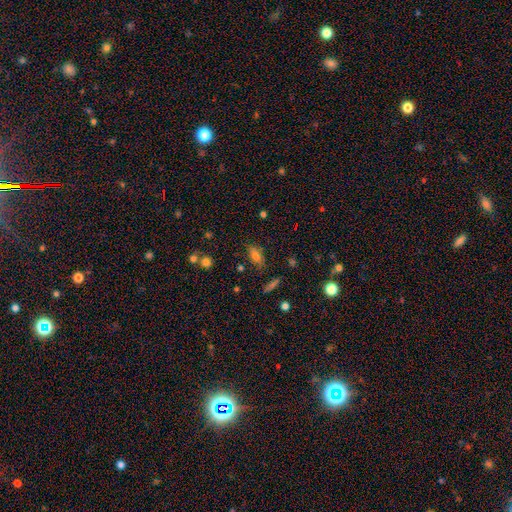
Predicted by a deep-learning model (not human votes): Smooth or featured?
  - smooth: 71% *
  - star or artifact: 15%
  - featured or disk: 14%
How rounded?
  - in between: 82% *
  - cigar-shaped: 12%
  - round: 6%
Merging?
  - none: 73% *
  - minor disturbance: 18%
  - major disturbance: 5%
  - merger: 4%